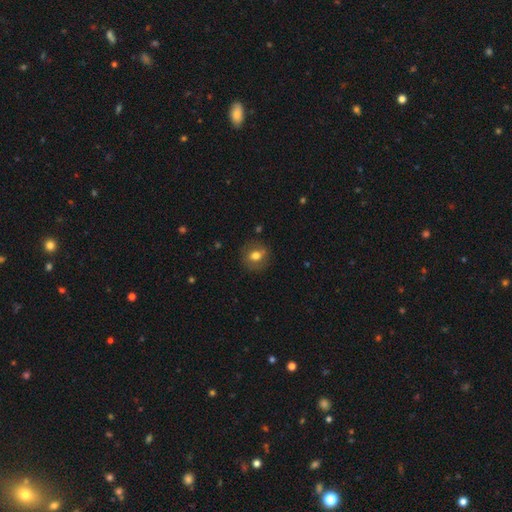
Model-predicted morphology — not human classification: A smooth galaxy with no disk features (67%) that is round (70%). Merging: none (83%).